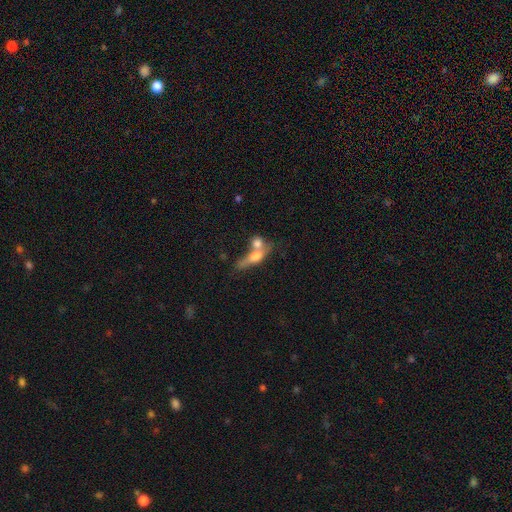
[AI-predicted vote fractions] This is possibly a smooth galaxy (57%). How rounded: marginally in between (43%). Merging: possibly merger (56%).